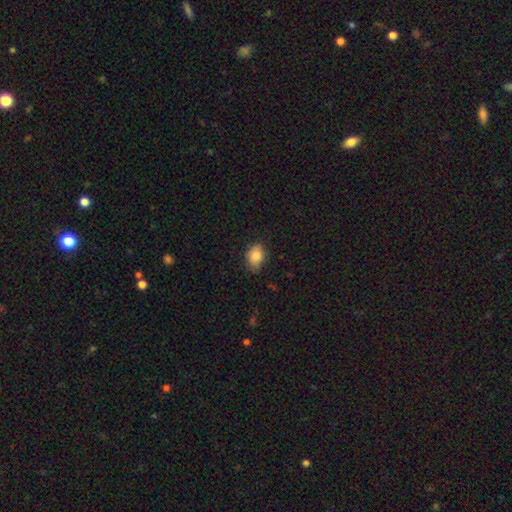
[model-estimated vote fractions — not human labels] Smooth or featured?
  - smooth: 84% *
  - star or artifact: 8%
  - featured or disk: 8%
How rounded?
  - in between: 73% *
  - round: 26%
  - cigar-shaped: 1%
Merging?
  - none: 78% *
  - minor disturbance: 18%
  - major disturbance: 3%
  - merger: 1%